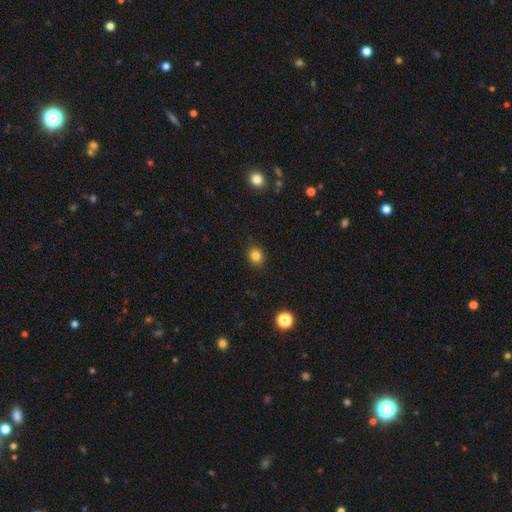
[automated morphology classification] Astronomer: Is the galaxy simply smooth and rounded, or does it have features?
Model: smooth — 83%.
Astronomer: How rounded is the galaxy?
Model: round — 66%.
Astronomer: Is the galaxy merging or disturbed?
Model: none — 87%.